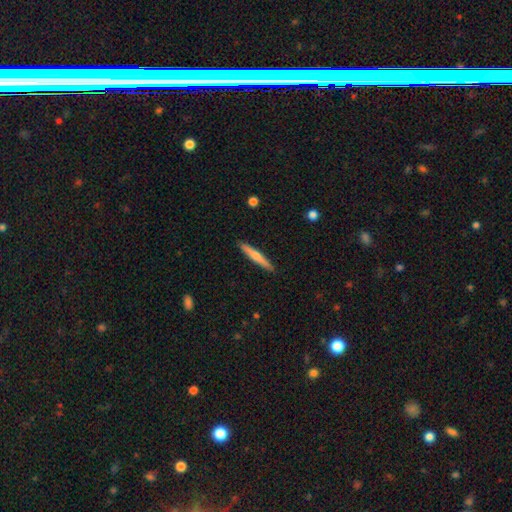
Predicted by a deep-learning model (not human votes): featured or disk 51%, smooth 44%, star or artifact 6%. Down the decision tree: edge-on disk — yes (97%); merging — none (91%).